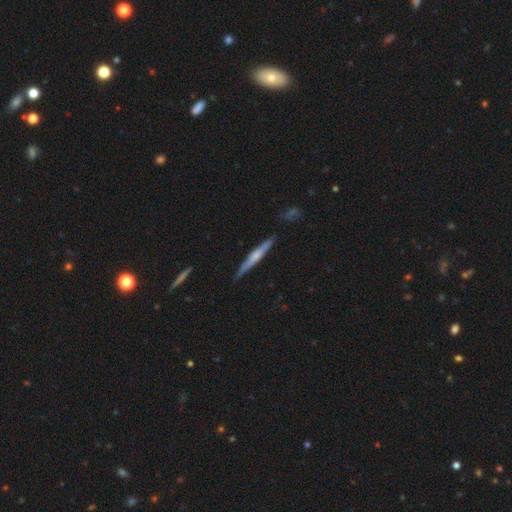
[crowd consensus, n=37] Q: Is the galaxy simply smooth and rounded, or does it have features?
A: featured or disk — 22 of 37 (59%).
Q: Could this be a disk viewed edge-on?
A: yes — 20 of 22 (91%).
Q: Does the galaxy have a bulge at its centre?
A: rounded — 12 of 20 (60%).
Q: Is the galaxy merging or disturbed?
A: none — 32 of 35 (91%).